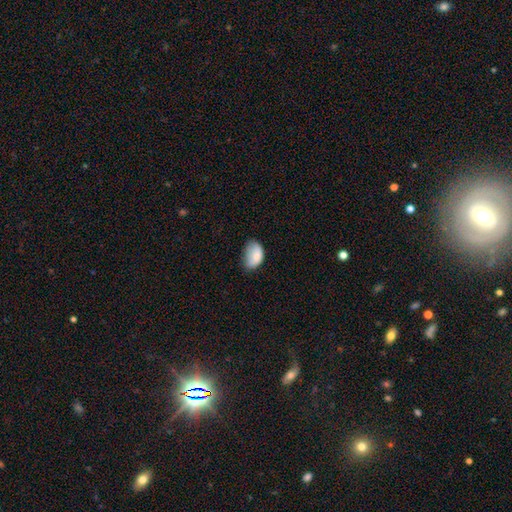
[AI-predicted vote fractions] smooth_or_featured: smooth (p=0.82) [alt: featured or disk p=0.11]
how_rounded: in between (p=0.89) [alt: round p=0.10]
merging: minor disturbance (p=0.44) [alt: none p=0.40]